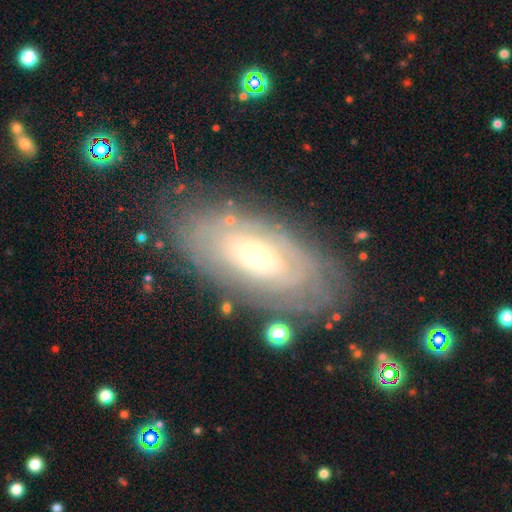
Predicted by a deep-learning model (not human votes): featured or disk 68%, smooth 25%, star or artifact 7%. Down the decision tree: edge-on disk — no (88%); bar — no (74%); spiral arms — yes (63%); bulge size — small (48%); merging — none (77%).